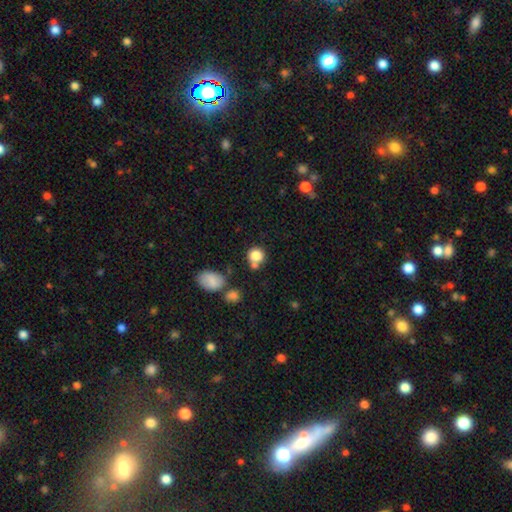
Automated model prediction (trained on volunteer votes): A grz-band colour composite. It shows a smooth galaxy with no disk features (82%) that is round (86%). Merging: none (60%).